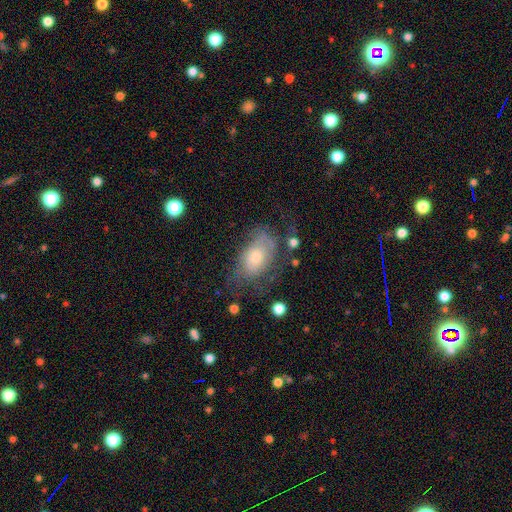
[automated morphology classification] The model was most divided on "smooth or featured": featured or disk: 50%, smooth: 40%, star or artifact: 11%. Remaining: merging — none (49%).